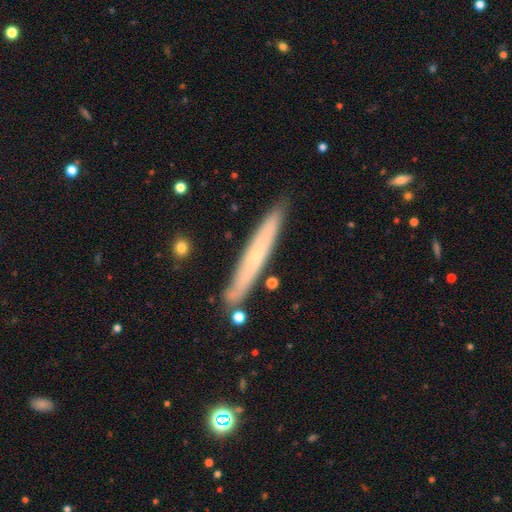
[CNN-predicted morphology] Overall: smooth (51%; featured or disk 42%). How rounded: cigar-shaped (96%). Merging: none (85%).